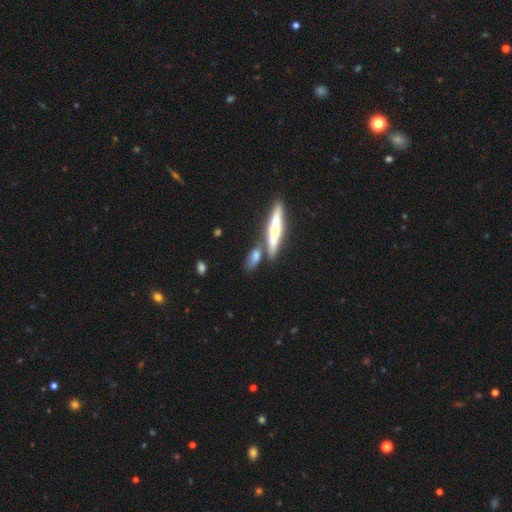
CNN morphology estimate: type=smooth (59%); roundness=cigar-shaped (54%); merging=none (56%).